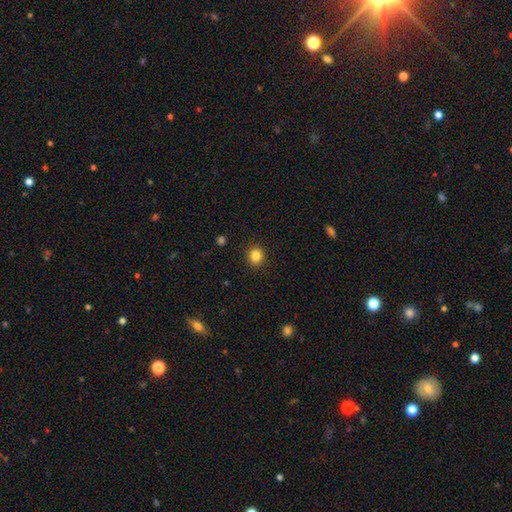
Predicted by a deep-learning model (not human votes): Smooth or featured? smooth (85%)
How rounded? round (78%)
Merging? none (90%)